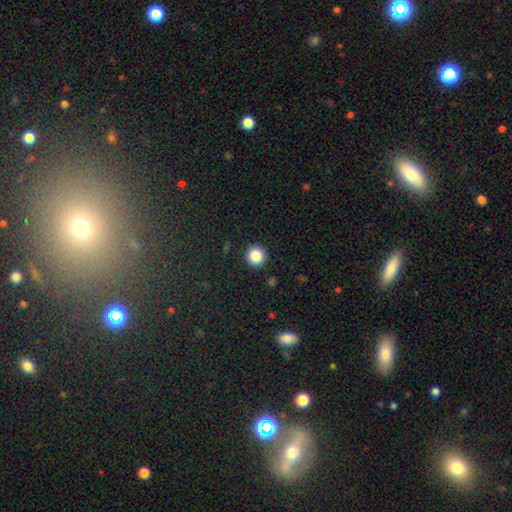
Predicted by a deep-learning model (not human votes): Morphology: type=smooth (85%); roundness=round (94%); merging=none (92%).